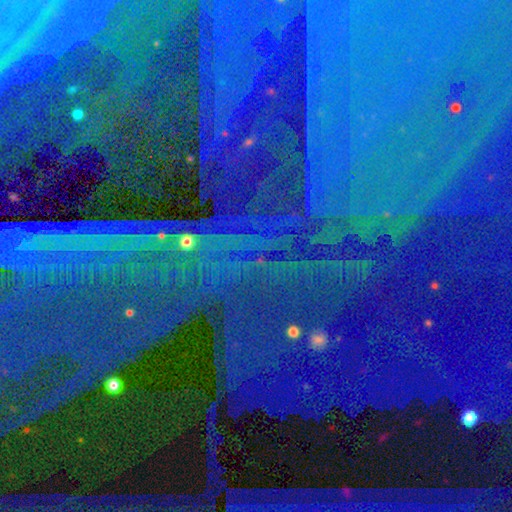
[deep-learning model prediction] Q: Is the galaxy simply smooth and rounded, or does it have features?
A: star or artifact — 88%.